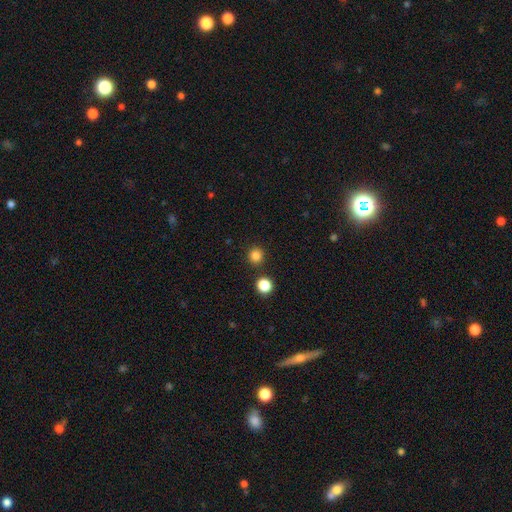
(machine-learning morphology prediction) smooth 83%, star or artifact 13%, featured or disk 4%. Down the decision tree: how rounded — round (92%); merging — none (88%).